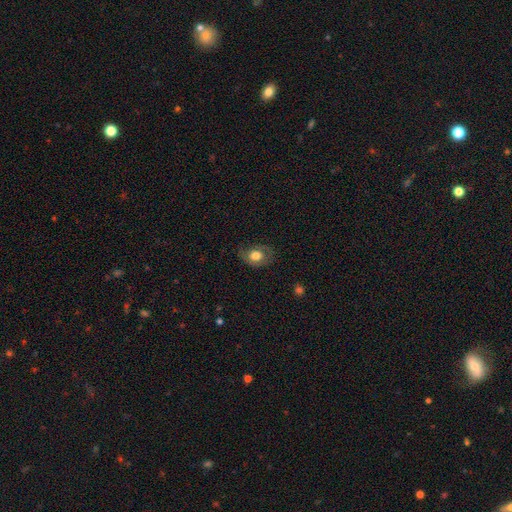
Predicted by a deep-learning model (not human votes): The model was most divided on "how rounded": in between: 62%, round: 37%, cigar-shaped: 1%. More confident: merging — none (66%); smooth or featured — smooth (61%).